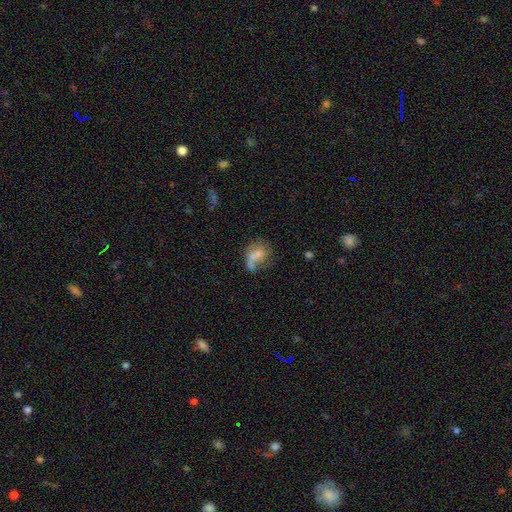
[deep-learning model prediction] smooth 52%, featured or disk 37%, star or artifact 10%. Down the decision tree: how rounded — in between (66%); merging — none (30%).